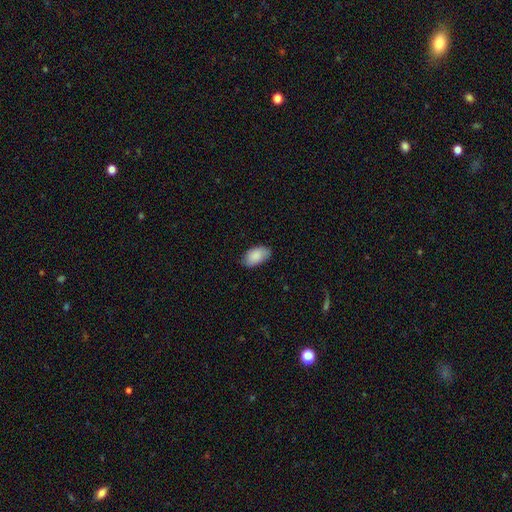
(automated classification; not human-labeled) Smooth or featured? Predicted: smooth (p=0.88). How rounded? Predicted: in between (p=0.94). Merging? Predicted: none (p=0.77).